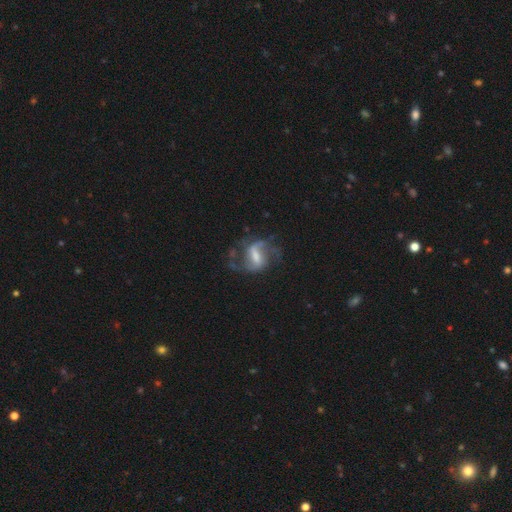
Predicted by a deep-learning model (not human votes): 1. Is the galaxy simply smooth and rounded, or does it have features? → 83% featured or disk, 10% smooth, 7% star or artifact.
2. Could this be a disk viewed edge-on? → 97% no, 3% yes.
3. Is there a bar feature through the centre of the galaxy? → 49% weak, 39% strong, 13% no.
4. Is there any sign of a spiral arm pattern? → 94% yes, 6% no.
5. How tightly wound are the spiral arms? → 52% loose, 40% medium, 8% tight.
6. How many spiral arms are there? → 87% 2, 4% can't tell, 4% 1, 3% 3, 1% 4, 1% more than 4.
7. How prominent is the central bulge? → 38% moderate, 30% small, 18% none, 12% large, 2% dominant.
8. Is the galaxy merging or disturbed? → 60% none, 19% major disturbance, 18% minor disturbance, 3% merger.